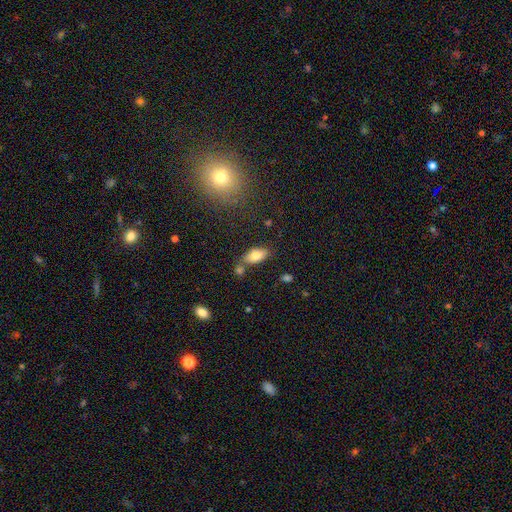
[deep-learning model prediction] smooth-or-featured: smooth: 79% | featured or disk: 12% | star or artifact: 8%
  how-rounded: in between: 92% | cigar-shaped: 4% | round: 4%
  merging: none: 63% | merger: 19% | minor disturbance: 14% | major disturbance: 4%